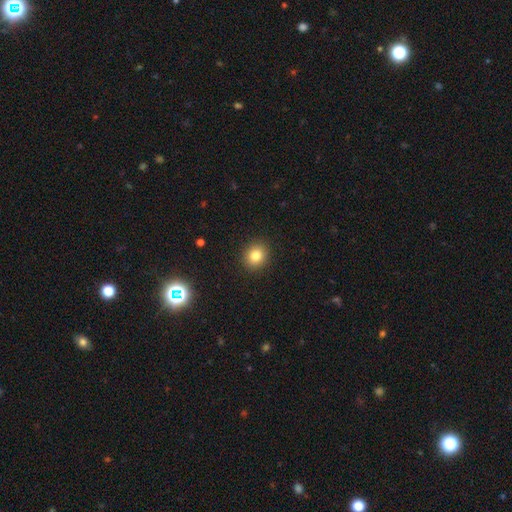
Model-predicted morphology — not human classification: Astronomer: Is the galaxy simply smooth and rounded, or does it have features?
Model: smooth — 81%.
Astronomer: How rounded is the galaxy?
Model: round — 76%.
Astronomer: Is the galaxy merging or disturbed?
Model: none — 91%.